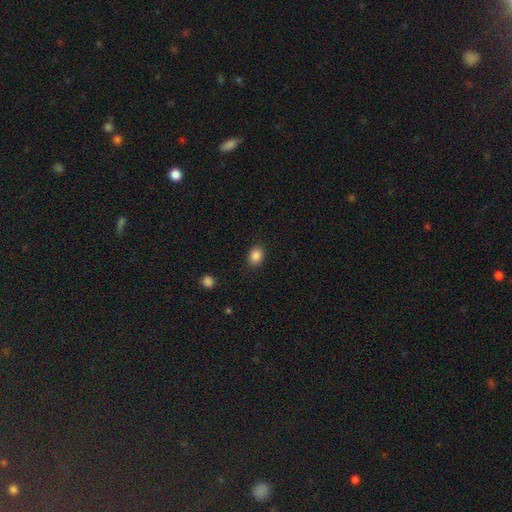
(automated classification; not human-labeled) Smooth or featured? Predicted: smooth (p=0.87). How rounded? Predicted: in between (p=0.56). Merging? Predicted: none (p=0.88).